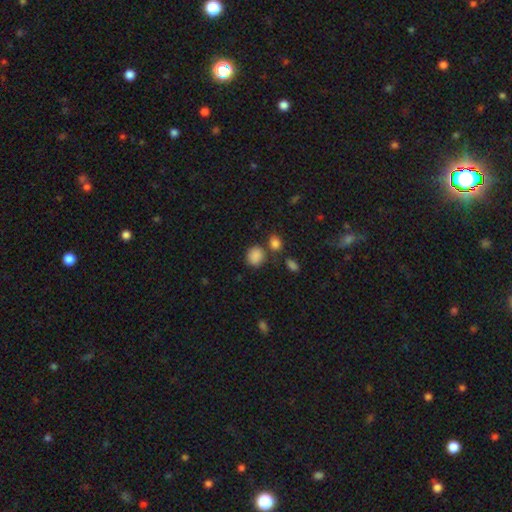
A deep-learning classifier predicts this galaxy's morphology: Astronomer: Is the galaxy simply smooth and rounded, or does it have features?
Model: smooth — 87%.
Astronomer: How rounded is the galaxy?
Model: round — 68%.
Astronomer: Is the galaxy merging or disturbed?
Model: none — 69%.